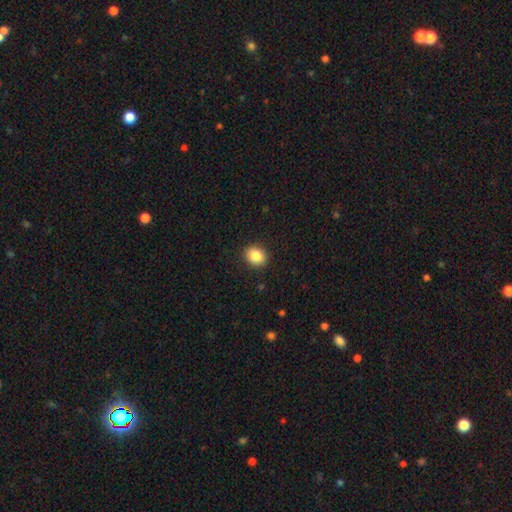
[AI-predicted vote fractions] Smooth or featured? smooth (86%)
How rounded? round (58%)
Merging? none (90%)